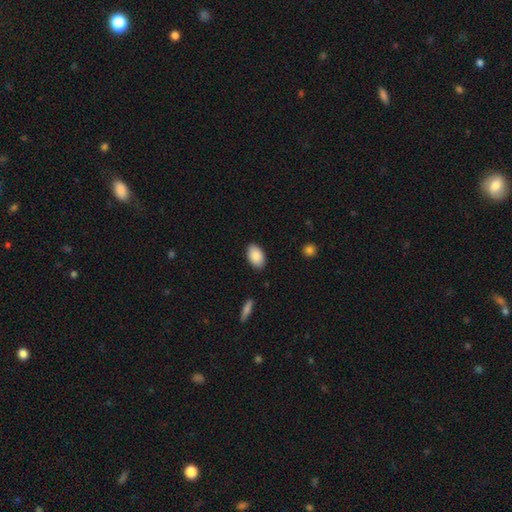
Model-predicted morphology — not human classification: A smooth galaxy with no disk features (88%) that is in between round and cigar-shaped (93%).

Vote fractions:
- Smooth or featured? smooth: 88% / star or artifact: 6% / featured or disk: 5%
- How rounded? in between: 93% / round: 6% / cigar-shaped: 1%
- Merging? none: 87% / minor disturbance: 9% / major disturbance: 2% / merger: 1%